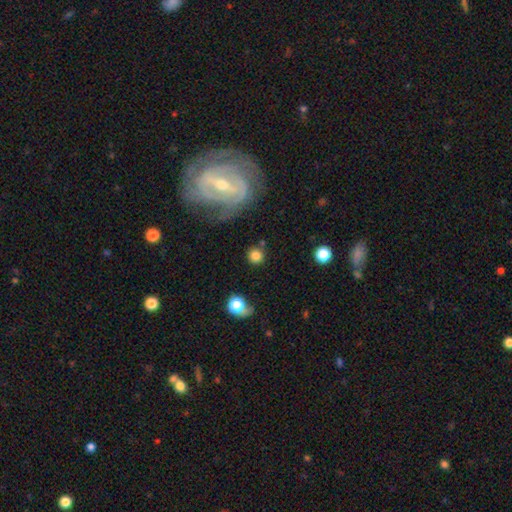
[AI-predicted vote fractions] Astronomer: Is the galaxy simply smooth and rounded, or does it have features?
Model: smooth — 78%.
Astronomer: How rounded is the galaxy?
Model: round — 91%.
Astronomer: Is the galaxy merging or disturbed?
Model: none — 82%.